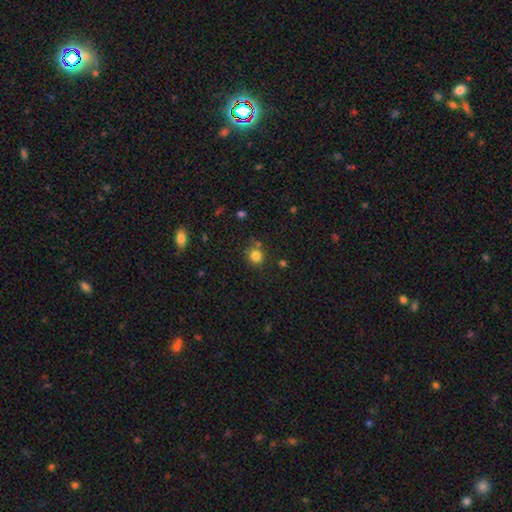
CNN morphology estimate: smooth-or-featured: smooth: 82% | star or artifact: 13% | featured or disk: 6%
  how-rounded: round: 86% | in between: 13% | cigar-shaped: 1%
  merging: none: 75% | minor disturbance: 13% | merger: 9% | major disturbance: 4%